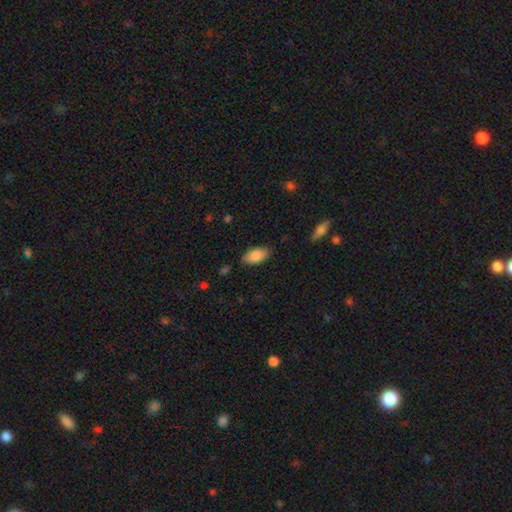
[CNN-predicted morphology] type=smooth (85%); roundness=in between (93%); merging=none (82%).